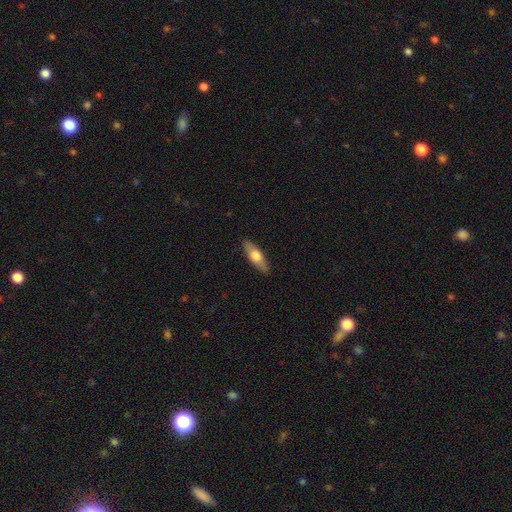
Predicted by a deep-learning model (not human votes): This appears to be a smooth galaxy with no disk features (57%) that is in between round and cigar-shaped (52%). Merging: none (88%).